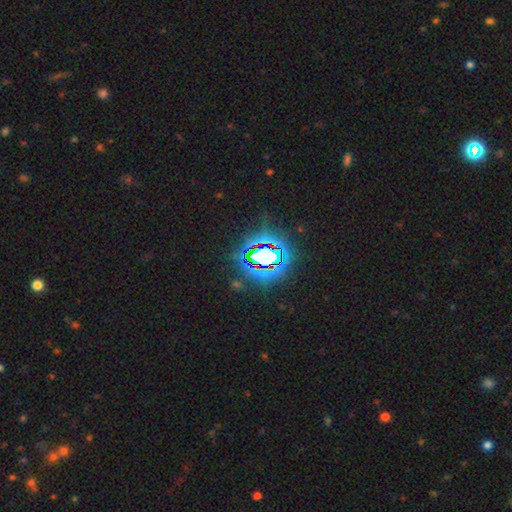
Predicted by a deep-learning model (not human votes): smooth-or-featured: star or artifact: 82% | smooth: 10% | featured or disk: 8%